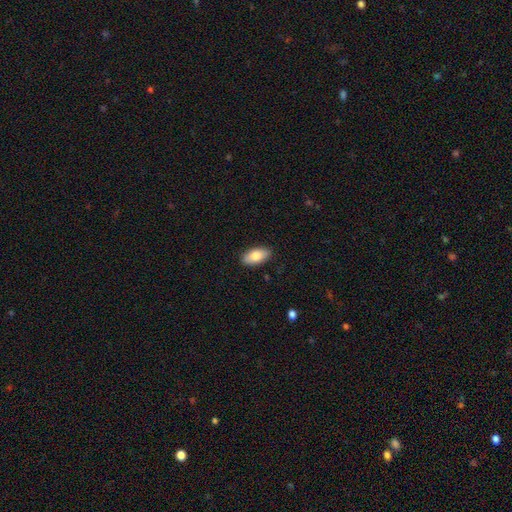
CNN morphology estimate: smooth-or-featured: smooth: 81% | featured or disk: 13% | star or artifact: 6%
  how-rounded: in between: 93% | cigar-shaped: 4% | round: 3%
  merging: none: 88% | minor disturbance: 9% | major disturbance: 2% | merger: 1%